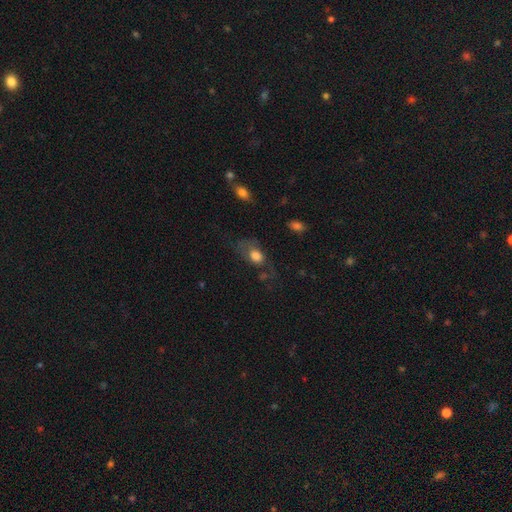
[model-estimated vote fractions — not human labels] Smooth or featured? smooth (69%)
How rounded? in between (76%)
Merging? none (39%)